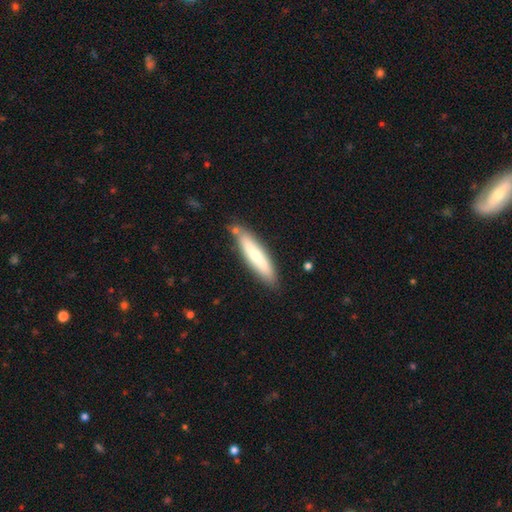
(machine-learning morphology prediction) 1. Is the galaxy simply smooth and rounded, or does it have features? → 67% smooth, 27% featured or disk, 6% star or artifact.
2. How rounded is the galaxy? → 82% cigar-shaped, 16% in between, 1% round.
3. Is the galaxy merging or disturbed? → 78% none, 14% minor disturbance, 5% merger, 3% major disturbance.